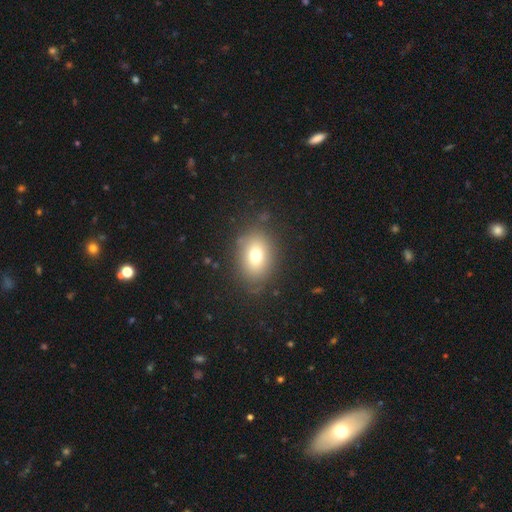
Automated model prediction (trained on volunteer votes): A smooth galaxy with no disk features (72%) that is in between round and cigar-shaped (66%). Merging: none (79%).